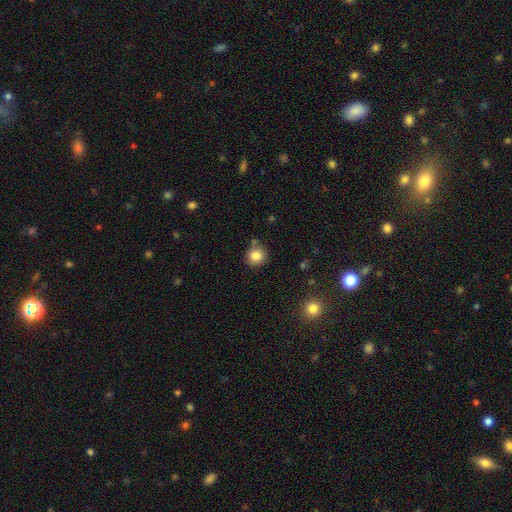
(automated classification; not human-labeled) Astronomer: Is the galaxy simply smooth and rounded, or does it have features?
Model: smooth — 84%.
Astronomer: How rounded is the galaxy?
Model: round — 90%.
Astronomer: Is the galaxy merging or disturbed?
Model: none — 78%.